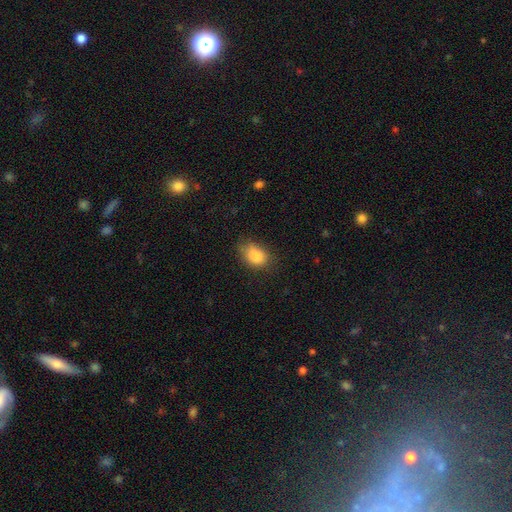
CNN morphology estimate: smooth 85%, star or artifact 9%, featured or disk 7%. Down the decision tree: how rounded — in between (81%); merging — none (59%).